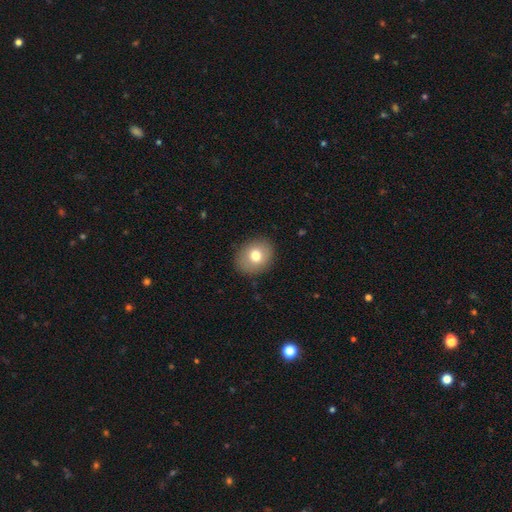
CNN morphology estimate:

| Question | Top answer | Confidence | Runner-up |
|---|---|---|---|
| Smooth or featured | smooth | 76% | featured or disk (15%) |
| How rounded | round | 60% | in between (39%) |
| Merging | none | 88% | minor disturbance (8%) |